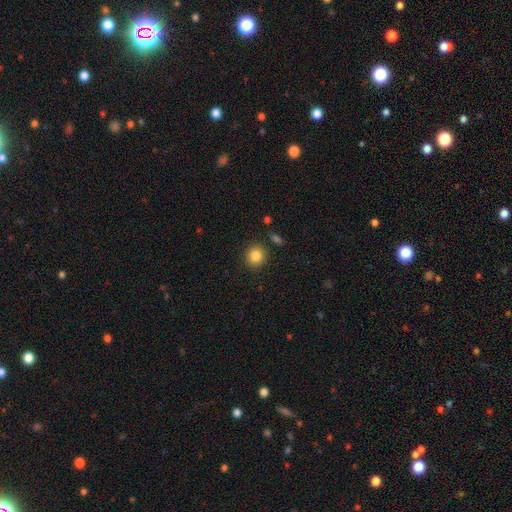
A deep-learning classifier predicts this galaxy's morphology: Overall: smooth (85%). How rounded: round (85%). Merging: none (87%).